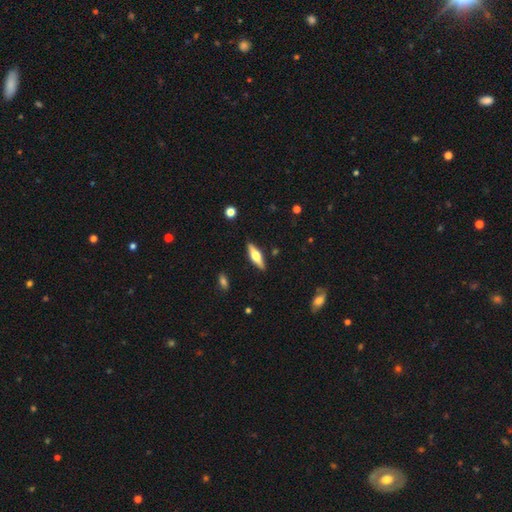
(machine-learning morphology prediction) Smooth or featured: featured or disk — 57% (smooth — 37%)
Edge-on disk: yes — 94% (no — 6%)
Edge-on bulge: rounded — 93% (boxy — 5%)
Merging: none — 89% (minor disturbance — 8%)